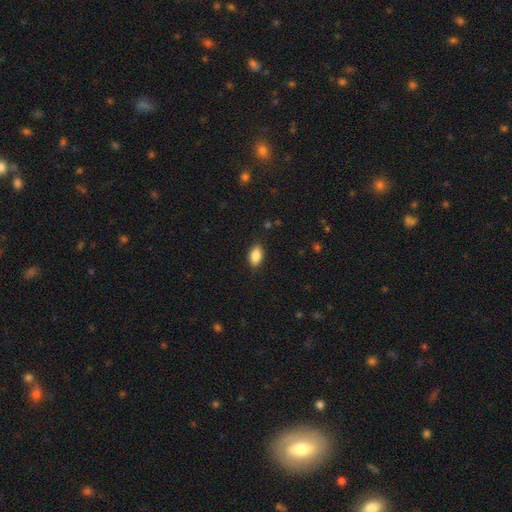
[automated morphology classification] smooth-or-featured: smooth: 87% | star or artifact: 8% | featured or disk: 6%
  how-rounded: in between: 91% | round: 6% | cigar-shaped: 3%
  merging: none: 85% | minor disturbance: 11% | major disturbance: 2% | merger: 1%